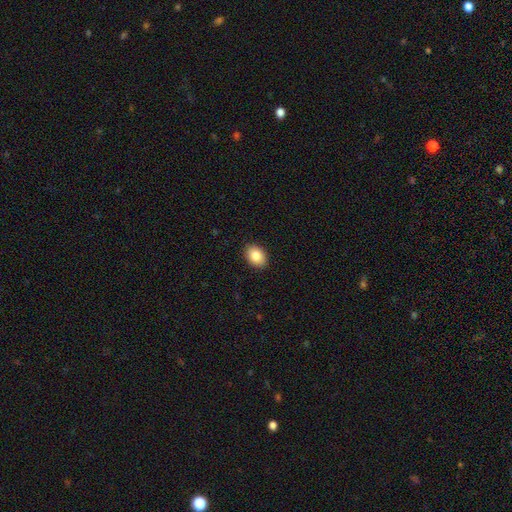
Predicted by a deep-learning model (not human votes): A smooth galaxy with no disk features (85%) that is in between round and cigar-shaped (75%). Merging: none (90%).